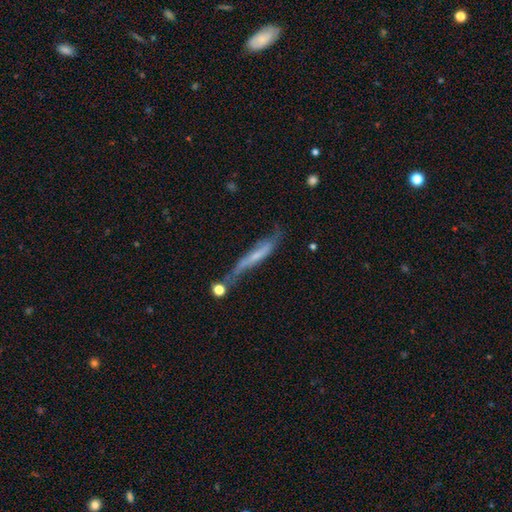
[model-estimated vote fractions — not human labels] This appears to be a featured or disk galaxy (58%) viewed edge-on (63%). Merging: none (42%).